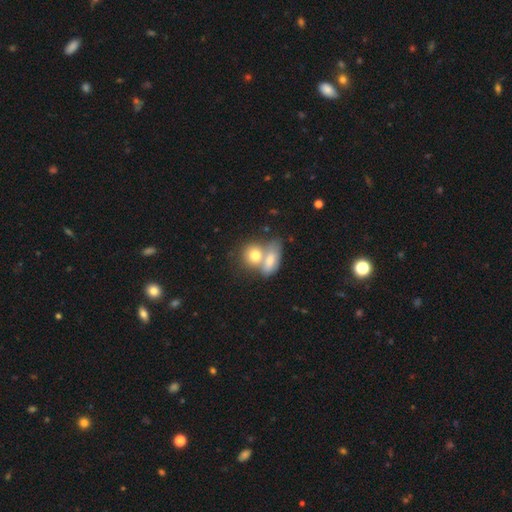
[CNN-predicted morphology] The model was most divided on "how rounded": in between: 50%, round: 47%, cigar-shaped: 4%. More confident: smooth or featured — smooth (76%); merging — merger (63%).